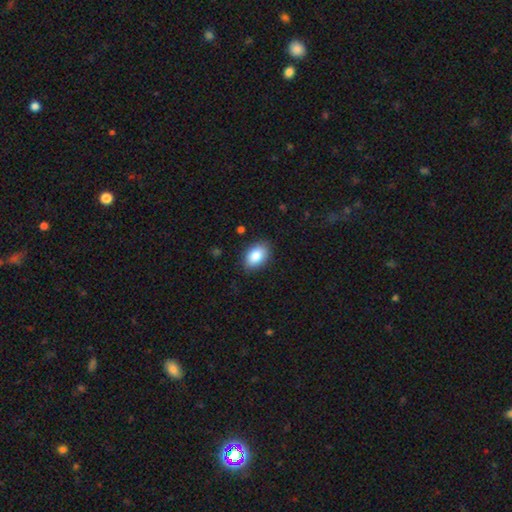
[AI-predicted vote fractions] smooth_or_featured: smooth (p=0.86) [alt: featured or disk p=0.07]
how_rounded: in between (p=0.88) [alt: round p=0.11]
merging: none (p=0.84) [alt: minor disturbance p=0.12]